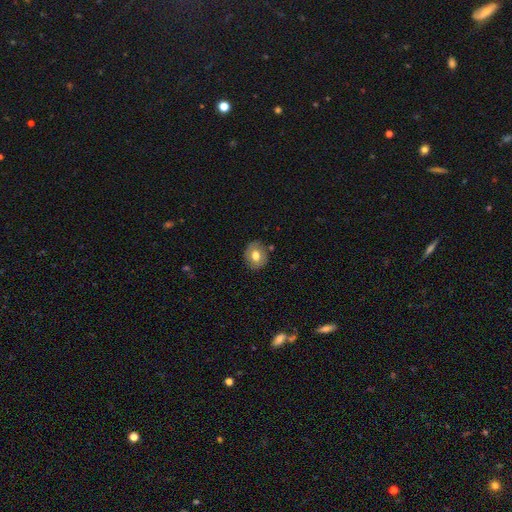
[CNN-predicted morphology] smooth_or_featured: smooth (p=0.69) [alt: featured or disk p=0.22]
how_rounded: round (p=0.70) [alt: in between p=0.29]
merging: none (p=0.82) [alt: minor disturbance p=0.13]